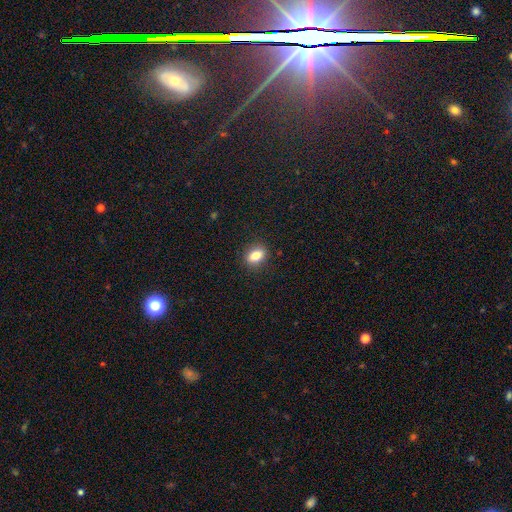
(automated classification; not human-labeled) This is clearly a smooth galaxy (83%). How rounded: likely in between (76%). Merging: clearly none (88%).